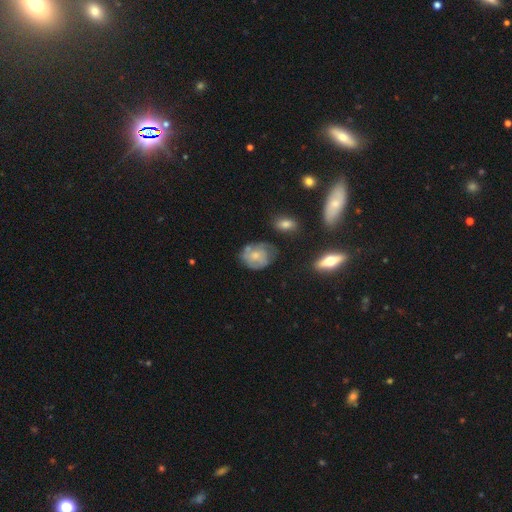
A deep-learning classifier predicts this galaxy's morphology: A smooth galaxy with no disk features (54%) that is round (55%). Merging: none (53%).